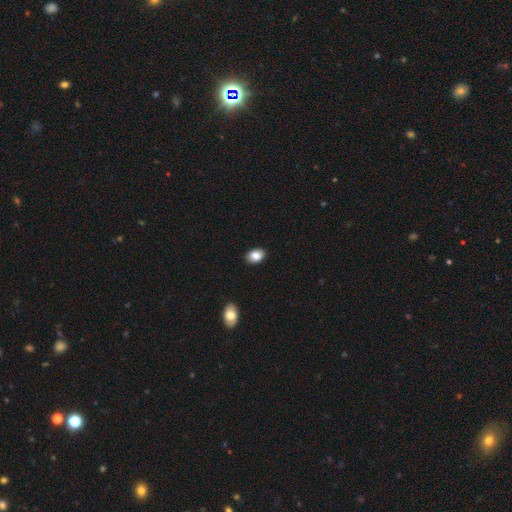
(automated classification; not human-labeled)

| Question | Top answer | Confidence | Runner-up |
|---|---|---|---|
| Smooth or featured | smooth | 86% | star or artifact (8%) |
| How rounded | in between | 83% | round (15%) |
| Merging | none | 88% | minor disturbance (9%) |